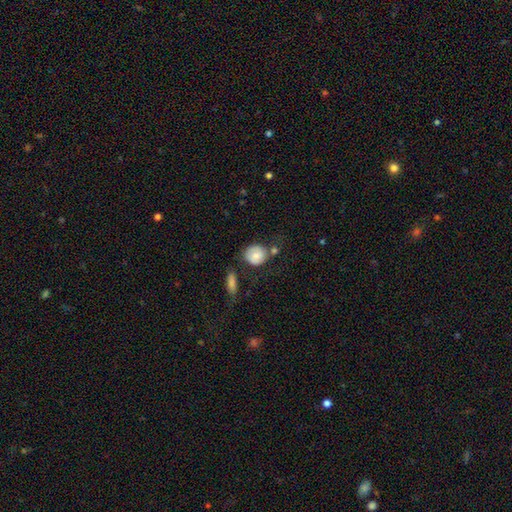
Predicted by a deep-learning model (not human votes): smooth-or-featured: smooth: 78% | featured or disk: 15% | star or artifact: 8%
  how-rounded: round: 77% | in between: 22% | cigar-shaped: 1%
  merging: none: 59% | minor disturbance: 19% | merger: 14% | major disturbance: 8%